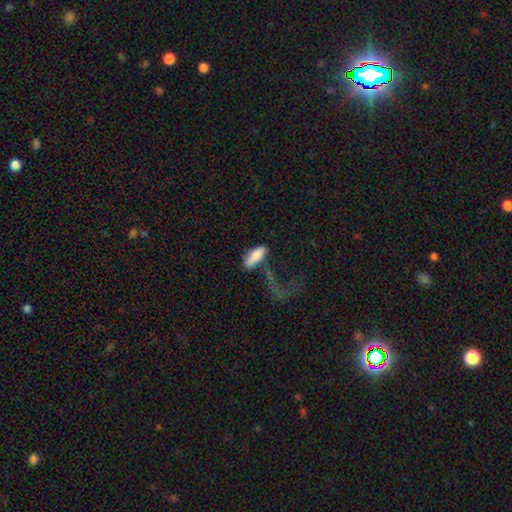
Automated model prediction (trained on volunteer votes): smooth-or-featured: smooth: 79% | featured or disk: 14% | star or artifact: 6%
  how-rounded: in between: 70% | cigar-shaped: 27% | round: 3%
  merging: none: 36% | major disturbance: 32% | minor disturbance: 19% | merger: 13%